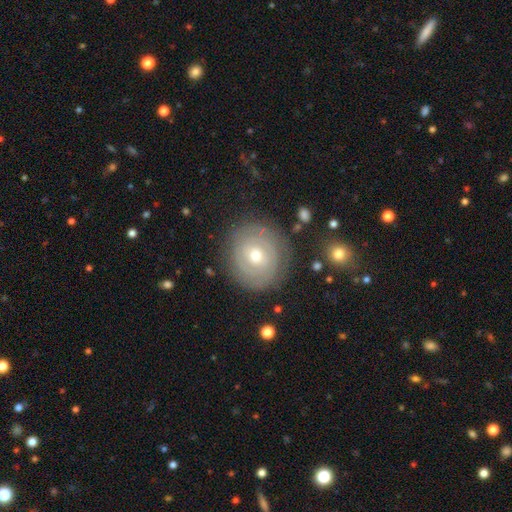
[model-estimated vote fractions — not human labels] A featured or disk galaxy (69%) with no bar (71%), tight (82%) spiral arms (77%) and a moderate central bulge (53%). Merging: none (83%).